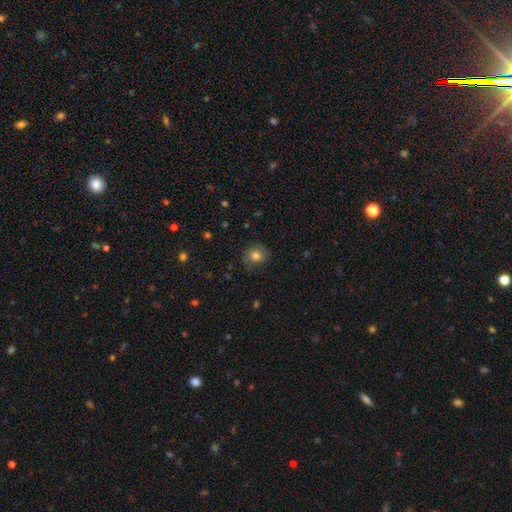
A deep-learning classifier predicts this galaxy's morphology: This appears to be a smooth galaxy with no disk features (80%) that is round (77%). Merging: none (77%).